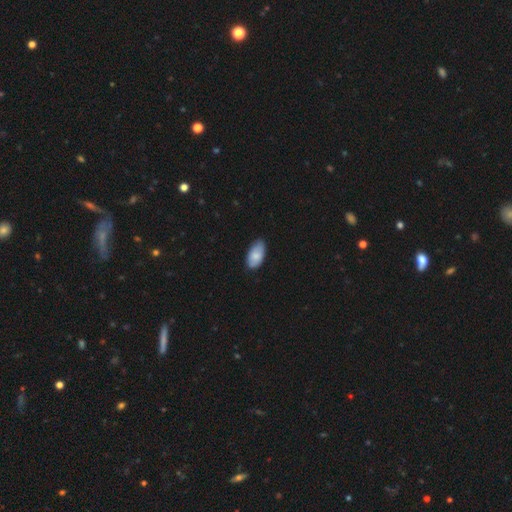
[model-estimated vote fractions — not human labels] Q: Smooth or featured?
A: smooth (82%); runner-up: featured or disk (12%)
Q: How rounded?
A: in between (95%); runner-up: cigar-shaped (3%)
Q: Merging?
A: none (74%); runner-up: minor disturbance (22%)